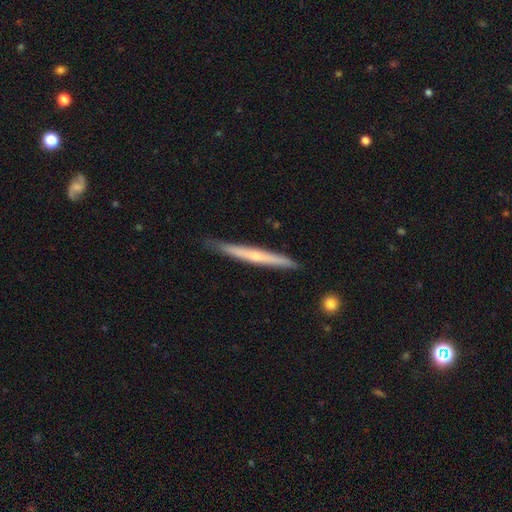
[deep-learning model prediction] Smooth or featured?
  - featured or disk: 55% *
  - smooth: 39%
  - star or artifact: 6%
Edge-on disk?
  - yes: 95% *
  - no: 5%
Edge-on bulge?
  - none: 52% *
  - rounded: 44%
  - boxy: 3%
Merging?
  - none: 84% *
  - minor disturbance: 13%
  - major disturbance: 2%
  - merger: 1%